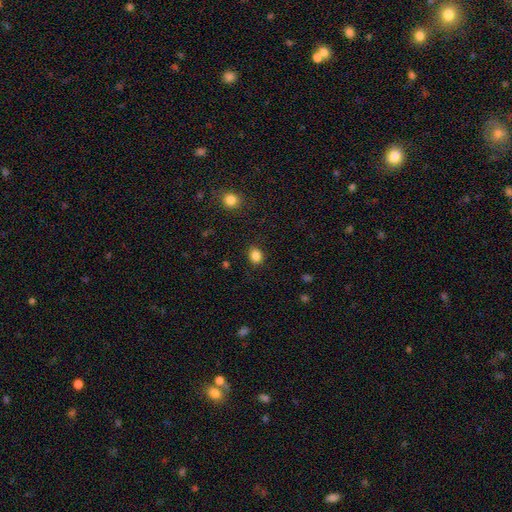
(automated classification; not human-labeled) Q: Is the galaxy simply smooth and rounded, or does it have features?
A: smooth — 85%.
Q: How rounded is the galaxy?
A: round — 56%.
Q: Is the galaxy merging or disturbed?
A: none — 88%.